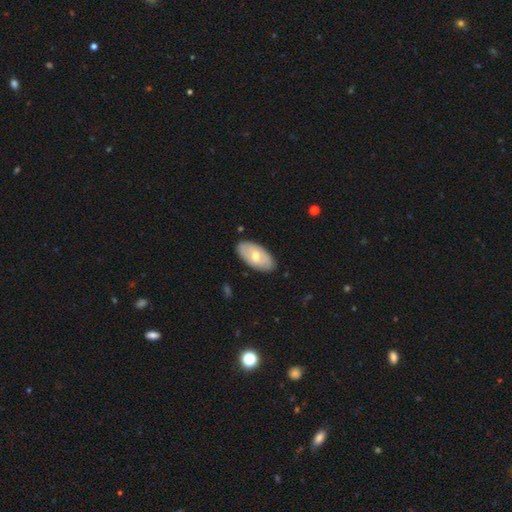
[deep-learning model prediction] This appears to be a smooth galaxy with no disk features (57%) that is in between round and cigar-shaped (94%). Merging: none (87%).